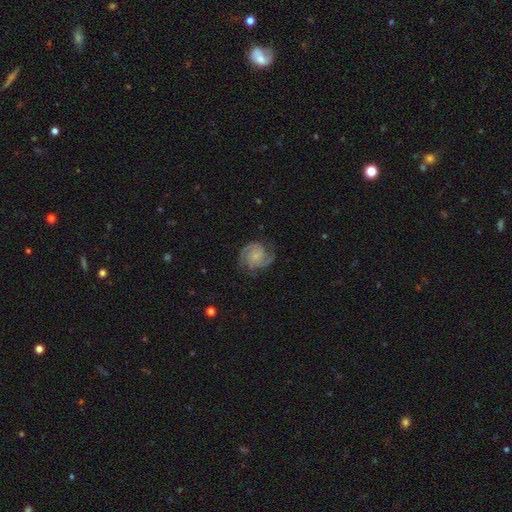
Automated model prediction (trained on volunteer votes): Smooth or featured? featured or disk (85%)
Edge-on disk? no (98%)
Bar? no (64%)
Spiral arms? yes (97%)
Spiral winding? medium (45%, tied with tight)
Spiral arm count? 2 (65%)
Bulge size? small (56%)
Merging? none (75%)